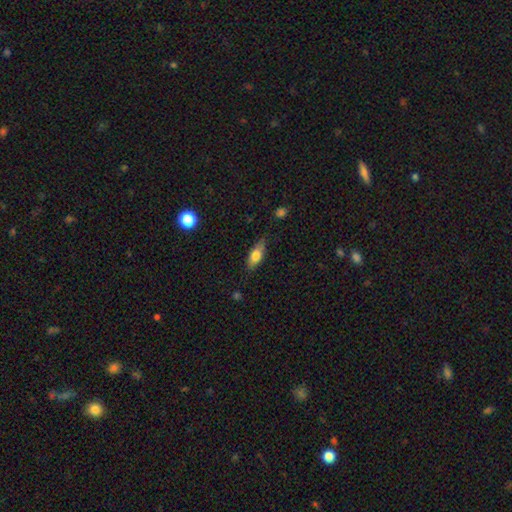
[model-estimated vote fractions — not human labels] This is likely a smooth galaxy (73%). How rounded: likely in between (75%). Merging: likely none (77%).